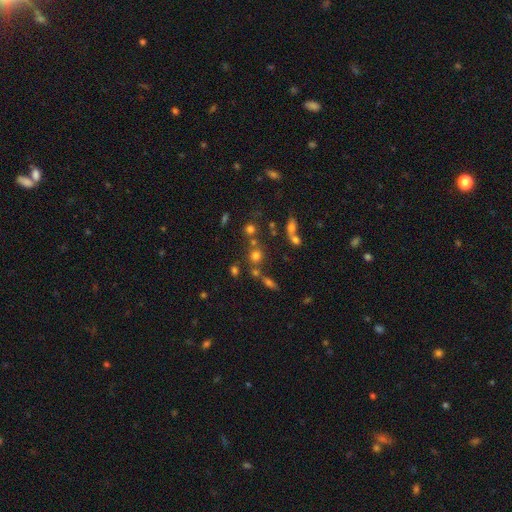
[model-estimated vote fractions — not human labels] smooth-or-featured: smooth: 64% | star or artifact: 23% | featured or disk: 13%
  how-rounded: round: 84% | in between: 14% | cigar-shaped: 2%
  merging: none: 61% | merger: 24% | minor disturbance: 10% | major disturbance: 5%